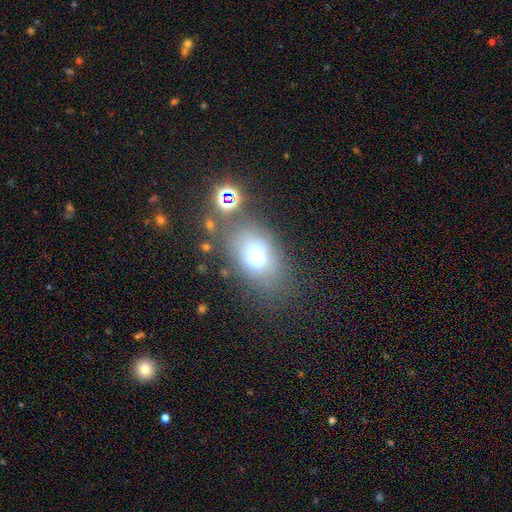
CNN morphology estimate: Smooth or featured? Predicted: smooth (p=0.66). How rounded? Predicted: in between (p=0.75). Merging? Predicted: none (p=0.62).